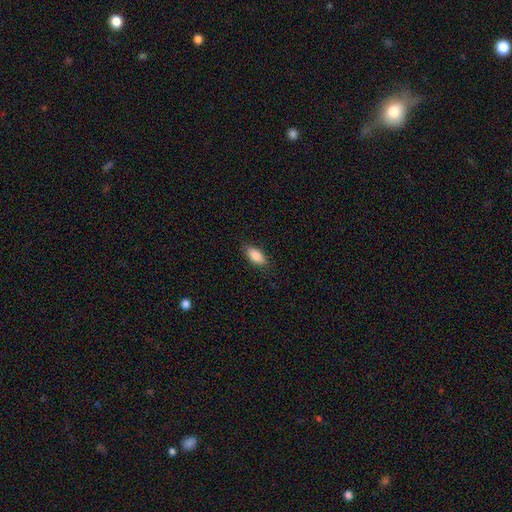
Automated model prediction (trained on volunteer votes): This appears to be a smooth galaxy with no disk features (86%) that is in between round and cigar-shaped (88%). Merging: none (84%).